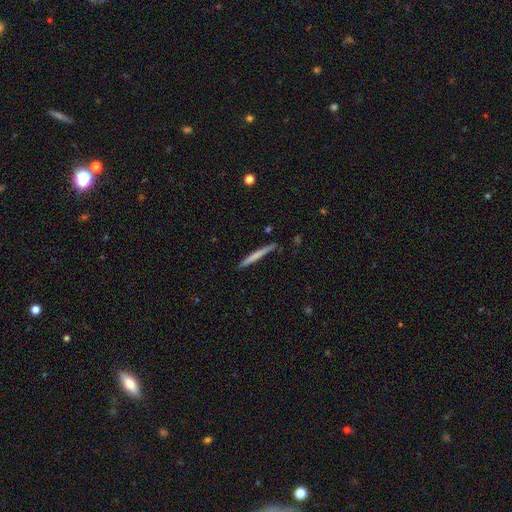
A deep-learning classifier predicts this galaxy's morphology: The model was most divided on "smooth or featured": smooth: 61%, featured or disk: 34%, star or artifact: 5%. More confident: how rounded — cigar-shaped (97%); merging — none (88%).